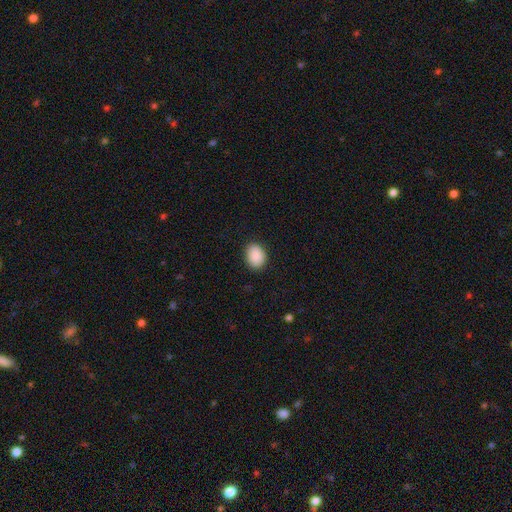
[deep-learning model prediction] Smooth or featured? smooth (90%)
How rounded? in between (61%)
Merging? none (89%)